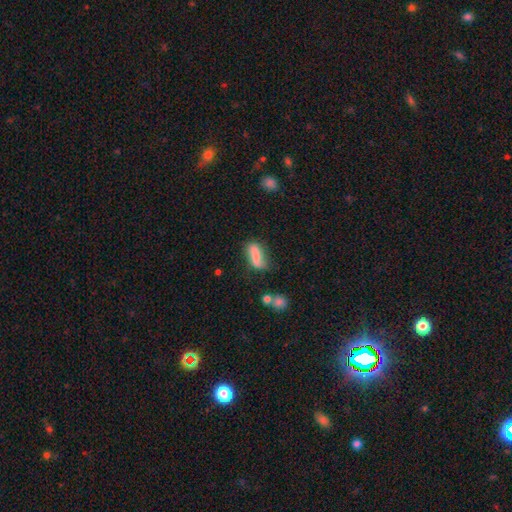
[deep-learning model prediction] A smooth galaxy with no disk features (73%) that is in between round and cigar-shaped (64%).

Vote fractions:
- Smooth or featured? smooth: 73% / featured or disk: 18% / star or artifact: 9%
- How rounded? in between: 64% / cigar-shaped: 32% / round: 4%
- Merging? none: 53% / minor disturbance: 28% / major disturbance: 12% / merger: 7%